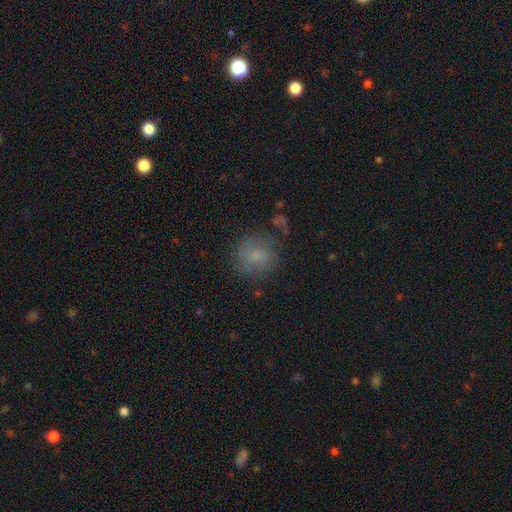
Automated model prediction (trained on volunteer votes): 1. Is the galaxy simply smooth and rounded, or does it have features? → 66% smooth, 22% featured or disk, 12% star or artifact.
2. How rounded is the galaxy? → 85% round, 14% in between, 1% cigar-shaped.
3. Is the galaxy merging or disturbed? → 70% none, 18% minor disturbance, 8% major disturbance, 3% merger.